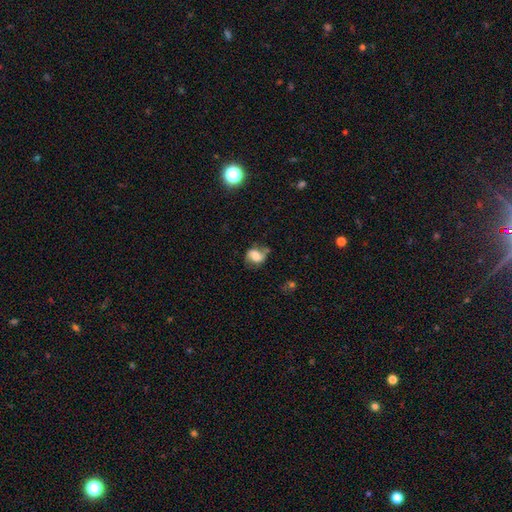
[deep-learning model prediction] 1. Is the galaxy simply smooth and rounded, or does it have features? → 51% smooth, 38% featured or disk, 11% star or artifact.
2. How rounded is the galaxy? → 56% in between, 43% round, 2% cigar-shaped.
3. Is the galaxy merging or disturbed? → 48% none, 30% minor disturbance, 16% major disturbance, 6% merger.